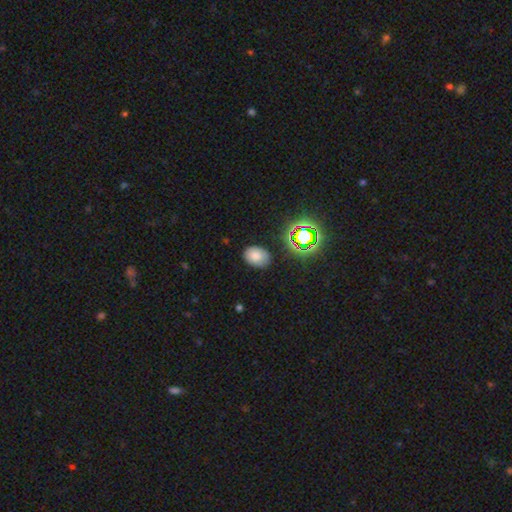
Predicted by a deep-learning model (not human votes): Smooth or featured? smooth (75%)
How rounded? in between (76%)
Merging? none (82%)